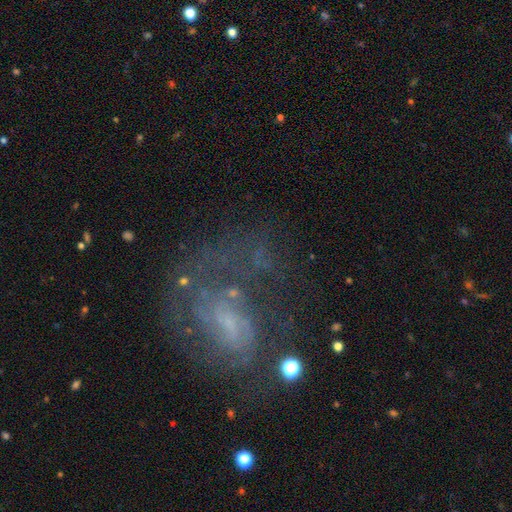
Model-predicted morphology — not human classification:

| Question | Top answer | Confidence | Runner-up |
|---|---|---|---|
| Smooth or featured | featured or disk | 68% | smooth (17%) |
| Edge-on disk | no | 97% | yes (3%) |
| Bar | no | 55% | weak (36%) |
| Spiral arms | yes | 71% | no (29%) |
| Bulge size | small | 43% | none (36%) |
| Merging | none | 41% | major disturbance (35%) |